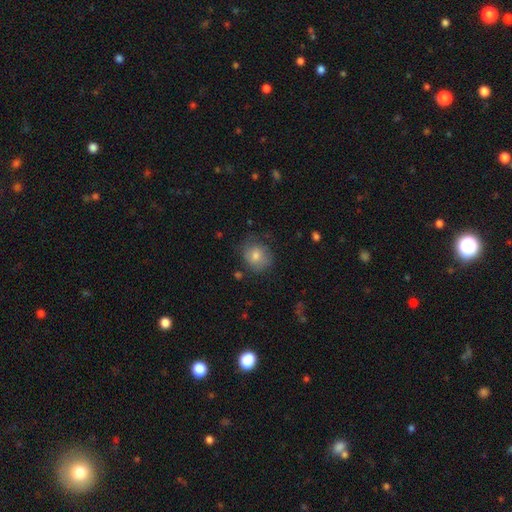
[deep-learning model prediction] Smooth or featured? Predicted: smooth (p=0.70). How rounded? Predicted: round (p=0.75). Merging? Predicted: none (p=0.68).